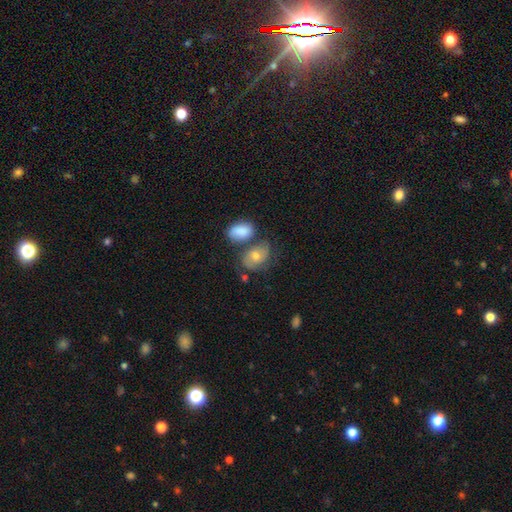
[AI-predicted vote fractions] Morphology: type=smooth (52%); roundness=in between (76%); merging=none (46%).